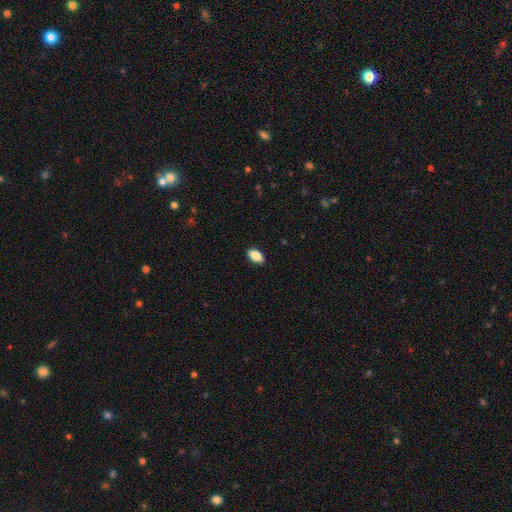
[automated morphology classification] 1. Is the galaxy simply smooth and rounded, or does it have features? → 87% smooth, 7% star or artifact, 6% featured or disk.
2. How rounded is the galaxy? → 93% in between, 5% round, 2% cigar-shaped.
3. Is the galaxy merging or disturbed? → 90% none, 8% minor disturbance, 2% major disturbance, 1% merger.